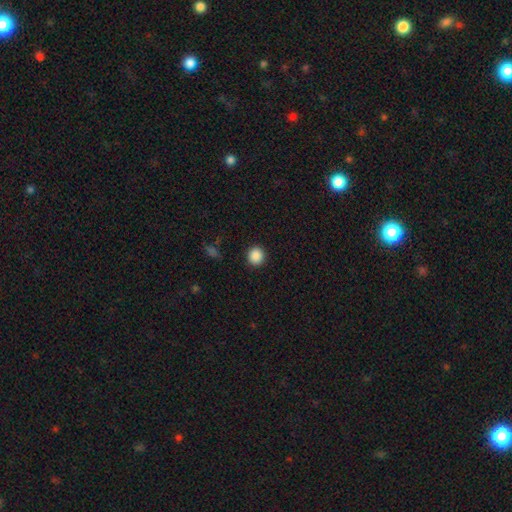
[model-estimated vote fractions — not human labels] Smooth or featured? Predicted: smooth (p=0.88). How rounded? Predicted: round (p=0.91). Merging? Predicted: none (p=0.92).